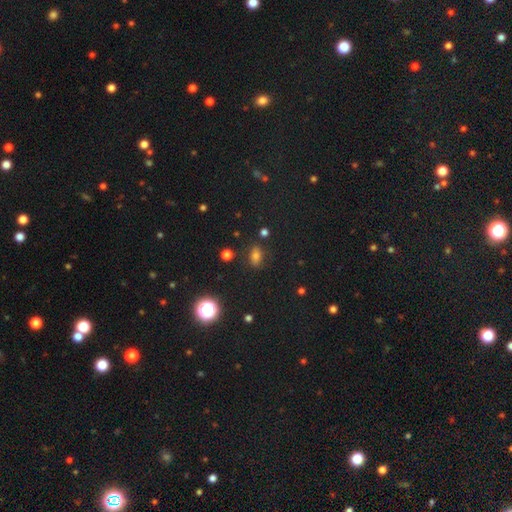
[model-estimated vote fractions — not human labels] This is likely a smooth galaxy (64%). How rounded: likely in between (76%). Merging: clearly none (82%).